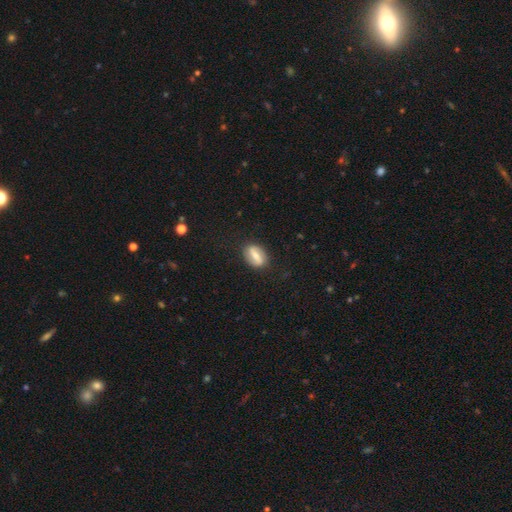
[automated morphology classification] A smooth galaxy with no disk features (46%, tied with featured or disk). Merging: none (84%).